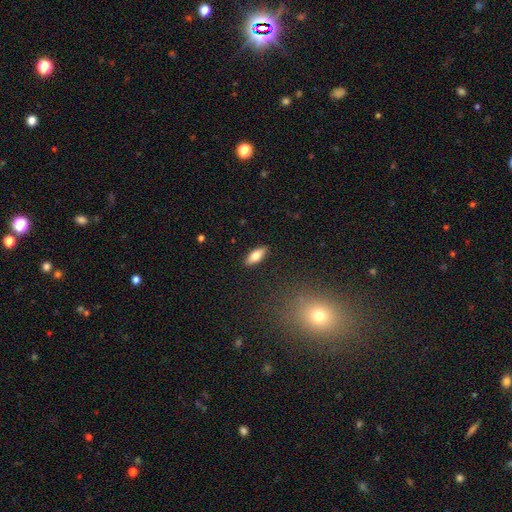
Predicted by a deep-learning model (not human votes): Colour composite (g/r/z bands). It shows a smooth galaxy with no disk features (75%) that is in between round and cigar-shaped (76%). Merging: none (89%).